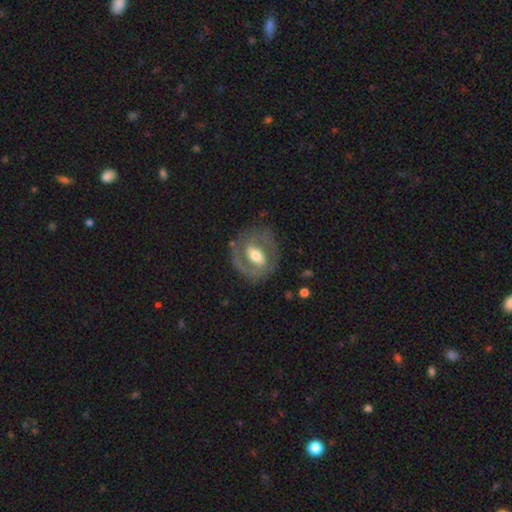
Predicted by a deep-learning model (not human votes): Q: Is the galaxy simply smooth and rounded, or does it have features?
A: featured or disk — 73%.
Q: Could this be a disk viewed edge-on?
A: no — 95%.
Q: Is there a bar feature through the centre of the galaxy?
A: weak — 39%.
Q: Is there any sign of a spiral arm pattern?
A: yes — 65%.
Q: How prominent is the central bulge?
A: moderate — 67%.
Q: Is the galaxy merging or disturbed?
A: none — 73%.